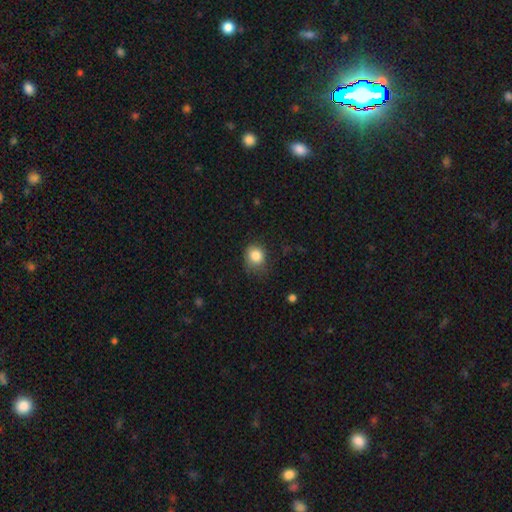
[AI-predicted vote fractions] smooth_or_featured: smooth (p=0.84) [alt: star or artifact p=0.10]
how_rounded: round (p=0.67) [alt: in between p=0.32]
merging: none (p=0.62) [alt: minor disturbance p=0.28]